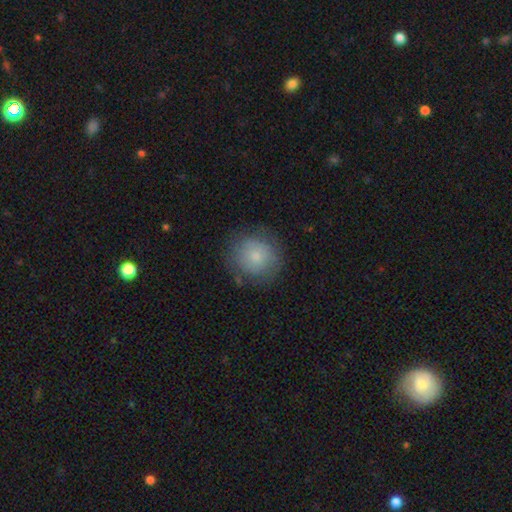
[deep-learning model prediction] smooth_or_featured: smooth (p=0.75) [alt: featured or disk p=0.17]
how_rounded: round (p=0.90) [alt: in between p=0.09]
merging: none (p=0.77) [alt: minor disturbance p=0.16]